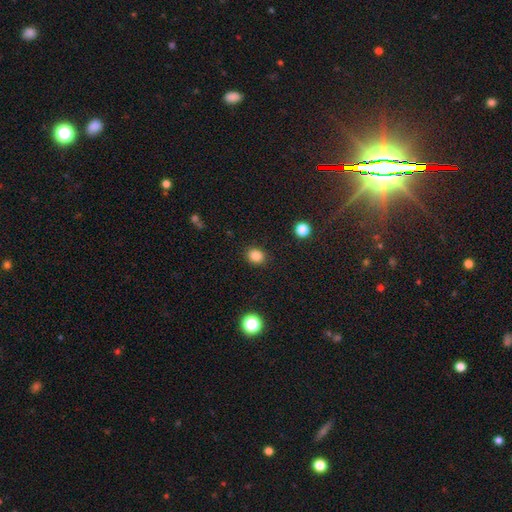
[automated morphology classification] type=smooth (85%); roundness=round (62%); merging=none (89%).